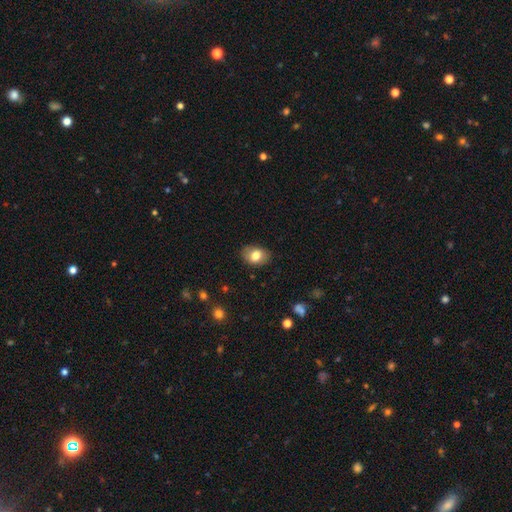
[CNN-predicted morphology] type=smooth (79%); roundness=in between (76%); merging=none (83%).